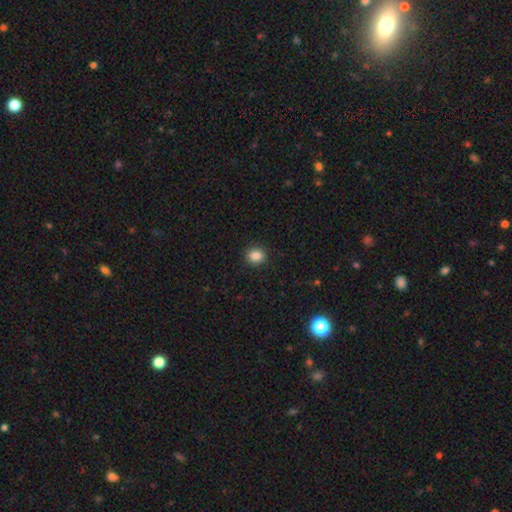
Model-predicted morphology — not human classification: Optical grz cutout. It shows a smooth galaxy with no disk features (86%) that is round (73%). Merging: none (91%).